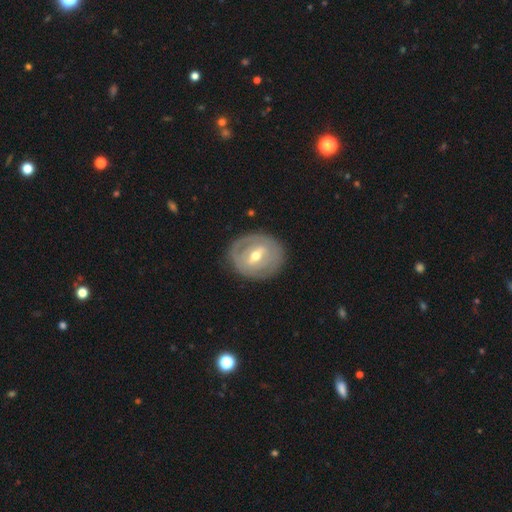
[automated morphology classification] This appears to be a featured or disk galaxy (72%) with a weak bar (45%), spiral arms (51%) and a moderate central bulge (64%). Merging: none (82%).